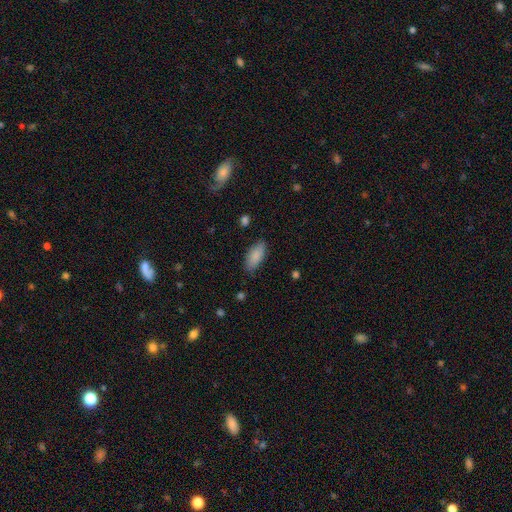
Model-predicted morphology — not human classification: smooth 87%, featured or disk 7%, star or artifact 6%. Down the decision tree: how rounded — in between (86%); merging — none (83%).